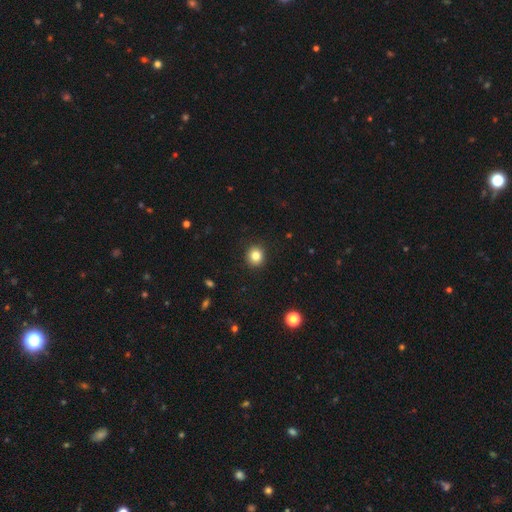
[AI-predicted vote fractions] Smooth or featured? Predicted: smooth (p=0.84). How rounded? Predicted: round (p=0.86). Merging? Predicted: none (p=0.92).